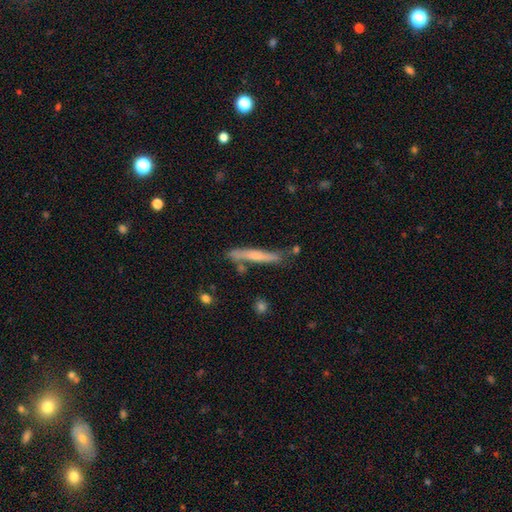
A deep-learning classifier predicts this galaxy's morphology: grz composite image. It shows a smooth galaxy with no disk features (52%) that is cigar-shaped (94%). Merging: none (74%).